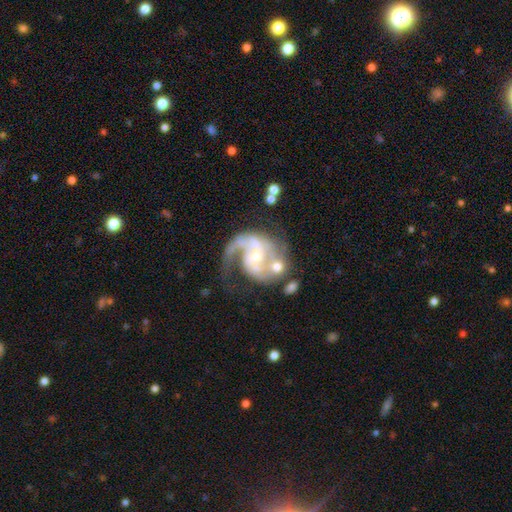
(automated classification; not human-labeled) featured or disk 88%, smooth 6%, star or artifact 6%. Down the decision tree: edge-on disk — no (98%); bar — no (48%); spiral arms — yes (96%); spiral arm count — 2 (65%); spiral winding — medium (52%); bulge size — small (53%); merging — none (42%).